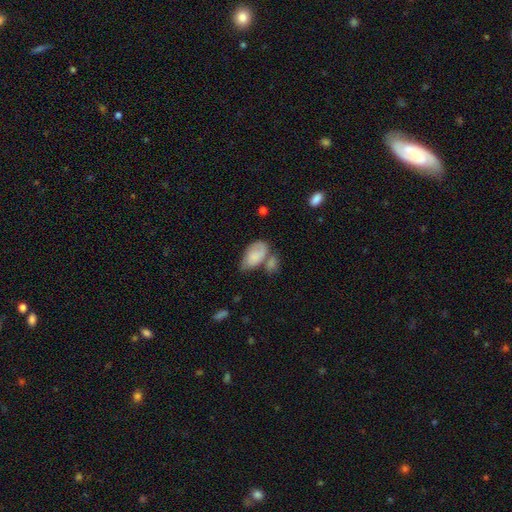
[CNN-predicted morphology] A smooth galaxy with no disk features (79%) that is in between round and cigar-shaped (93%).

Vote fractions:
- Smooth or featured? smooth: 79% / featured or disk: 15% / star or artifact: 7%
- How rounded? in between: 93% / round: 5% / cigar-shaped: 2%
- Merging? merger: 38% / none: 29% / minor disturbance: 22% / major disturbance: 12%